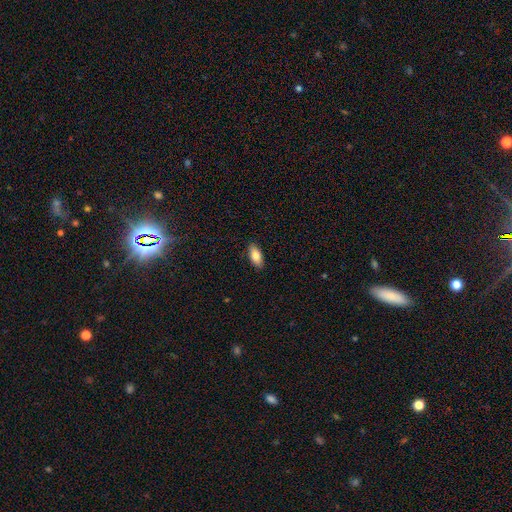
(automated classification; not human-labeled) Smooth or featured? Predicted: smooth (p=0.80). How rounded? Predicted: in between (p=0.86). Merging? Predicted: none (p=0.89).